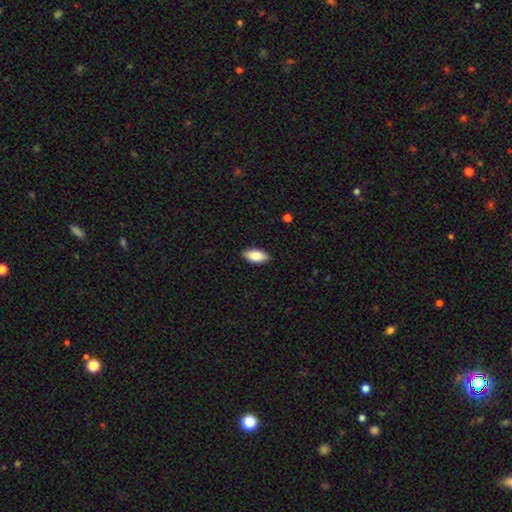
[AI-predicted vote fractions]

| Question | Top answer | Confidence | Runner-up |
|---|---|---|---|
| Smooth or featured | smooth | 85% | featured or disk (8%) |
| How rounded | in between | 92% | cigar-shaped (5%) |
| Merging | none | 88% | minor disturbance (10%) |